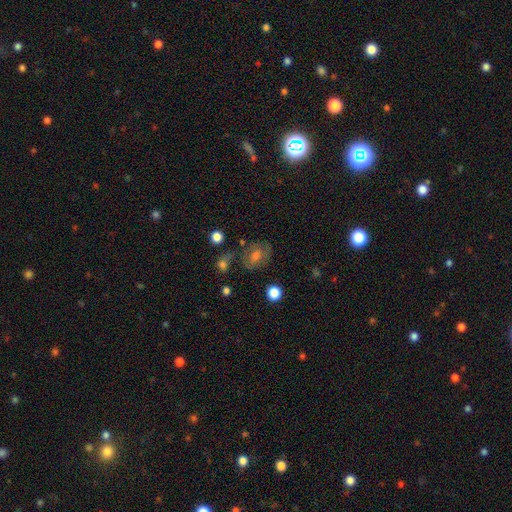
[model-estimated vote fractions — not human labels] This appears to be a smooth galaxy with no disk features (42%). Merging: none (63%).